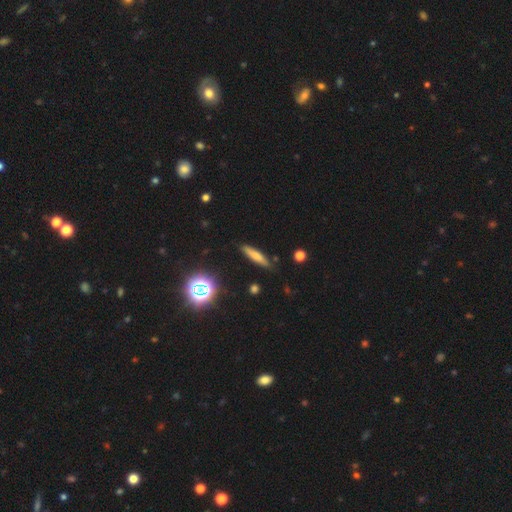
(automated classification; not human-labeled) smooth-or-featured: smooth: 65% | featured or disk: 24% | star or artifact: 11%
  how-rounded: cigar-shaped: 82% | in between: 15% | round: 3%
  merging: none: 86% | minor disturbance: 11% | major disturbance: 2% | merger: 2%